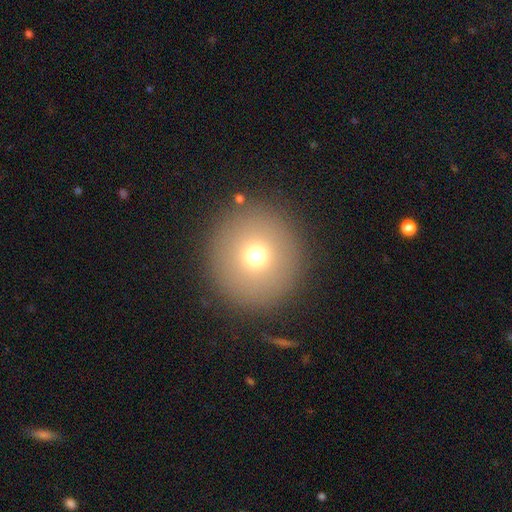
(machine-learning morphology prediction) Overall: smooth (70%). How rounded: round (95%). Merging: none (89%).